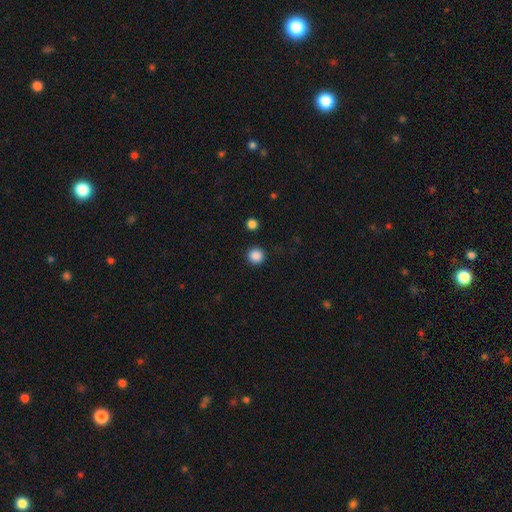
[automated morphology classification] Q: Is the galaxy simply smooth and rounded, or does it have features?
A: smooth — 87%.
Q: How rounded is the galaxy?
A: round — 95%.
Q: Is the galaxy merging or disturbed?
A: none — 92%.